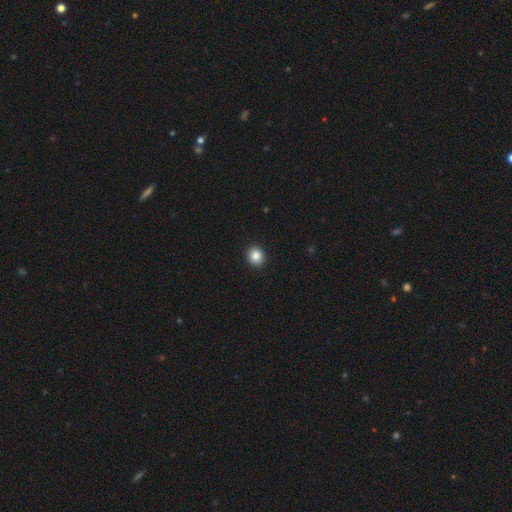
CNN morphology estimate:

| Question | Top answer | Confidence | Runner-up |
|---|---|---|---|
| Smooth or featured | smooth | 85% | star or artifact (10%) |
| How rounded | round | 78% | in between (21%) |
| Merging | none | 92% | minor disturbance (5%) |